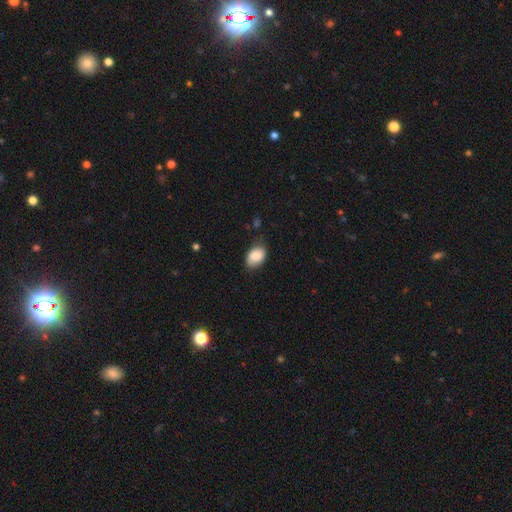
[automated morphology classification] Smooth or featured?
  - smooth: 84% *
  - featured or disk: 9%
  - star or artifact: 7%
How rounded?
  - in between: 88% *
  - round: 11%
  - cigar-shaped: 1%
Merging?
  - none: 69% *
  - minor disturbance: 24%
  - major disturbance: 5%
  - merger: 2%